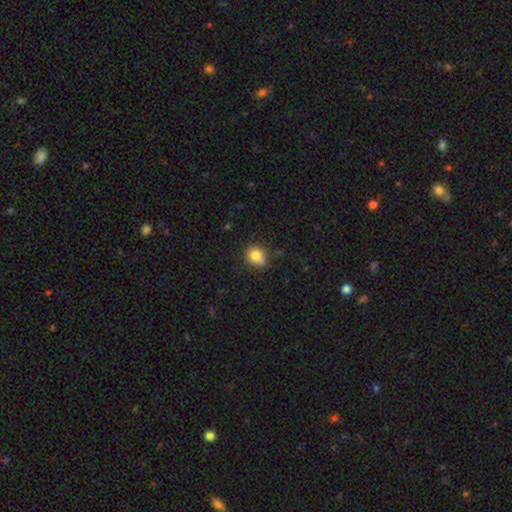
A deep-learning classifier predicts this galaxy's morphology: smooth-or-featured: smooth: 78% | star or artifact: 11% | featured or disk: 10%
  how-rounded: round: 77% | in between: 22% | cigar-shaped: 1%
  merging: none: 58% | minor disturbance: 20% | merger: 16% | major disturbance: 5%